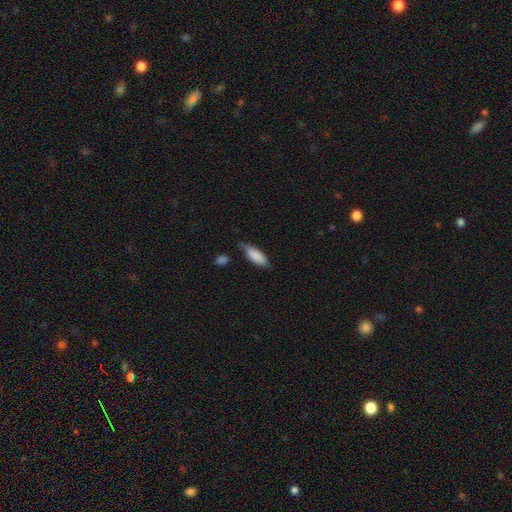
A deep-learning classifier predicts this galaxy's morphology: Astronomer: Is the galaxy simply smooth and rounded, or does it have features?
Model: smooth — 86%.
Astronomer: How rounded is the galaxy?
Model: in between — 71%.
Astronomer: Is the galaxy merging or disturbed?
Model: none — 64%.